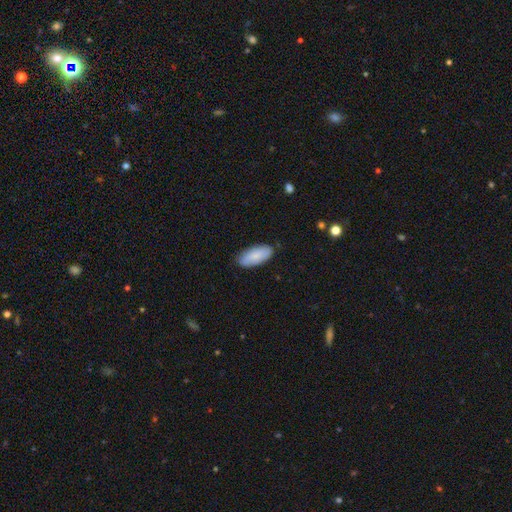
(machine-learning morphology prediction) Smooth or featured?
  - smooth: 86% *
  - featured or disk: 9%
  - star or artifact: 5%
How rounded?
  - in between: 86% *
  - cigar-shaped: 12%
  - round: 2%
Merging?
  - none: 87% *
  - minor disturbance: 10%
  - major disturbance: 2%
  - merger: 1%